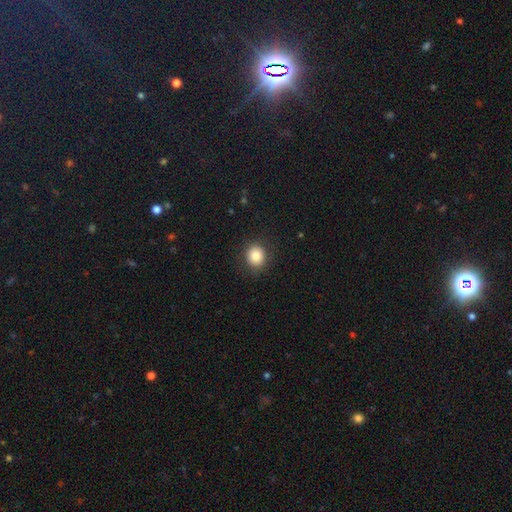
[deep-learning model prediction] Smooth or featured?
  - smooth: 84% *
  - star or artifact: 10%
  - featured or disk: 6%
How rounded?
  - round: 81% *
  - in between: 18%
  - cigar-shaped: 1%
Merging?
  - none: 88% *
  - minor disturbance: 8%
  - major disturbance: 3%
  - merger: 1%